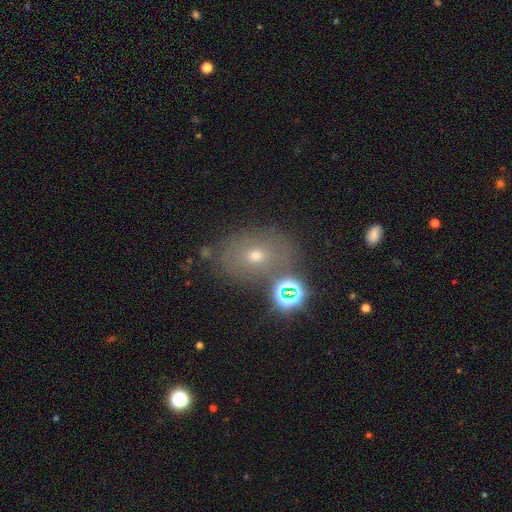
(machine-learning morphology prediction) smooth-or-featured: smooth: 54% | star or artifact: 23% | featured or disk: 22%
  how-rounded: in between: 63% | round: 35% | cigar-shaped: 1%
  merging: none: 67% | minor disturbance: 16% | merger: 10% | major disturbance: 7%